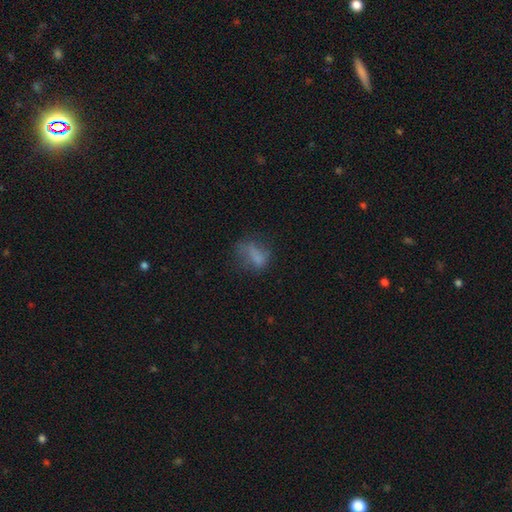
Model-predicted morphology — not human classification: This is likely a smooth galaxy (65%). How rounded: likely in between (71%). Merging: marginally none (43%).